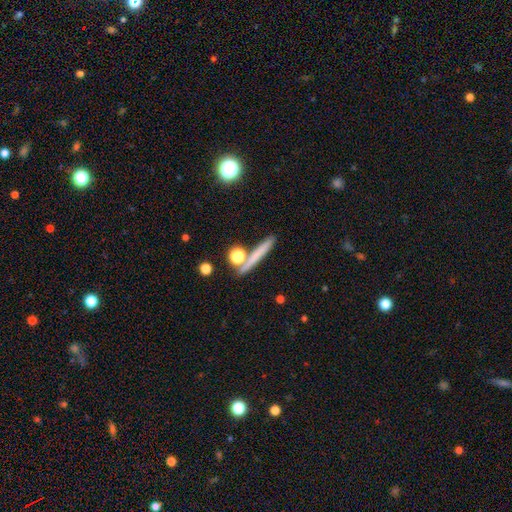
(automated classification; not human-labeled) Overall: smooth (63%; featured or disk 26%). How rounded: cigar-shaped (79%). Merging: none (77%).